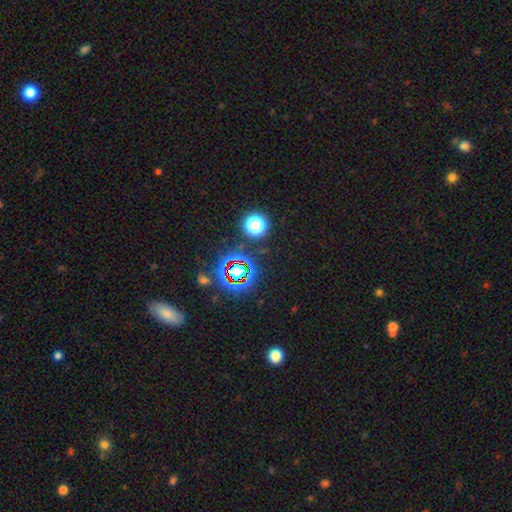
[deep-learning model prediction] Q: Smooth or featured?
A: star or artifact (74%); runner-up: smooth (16%)